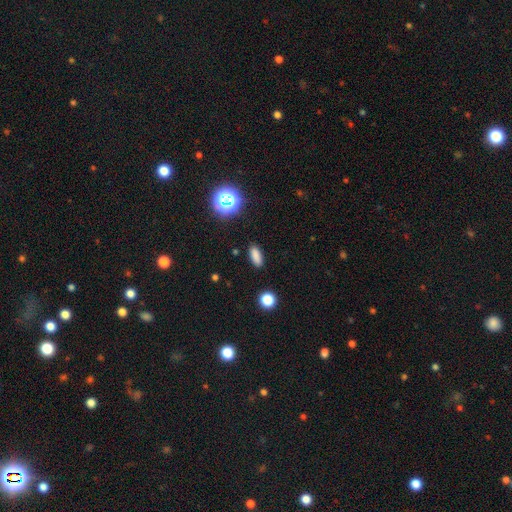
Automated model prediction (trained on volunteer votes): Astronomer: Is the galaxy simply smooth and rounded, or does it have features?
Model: smooth — 82%.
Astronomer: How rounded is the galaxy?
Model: in between — 73%.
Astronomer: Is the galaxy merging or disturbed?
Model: none — 89%.